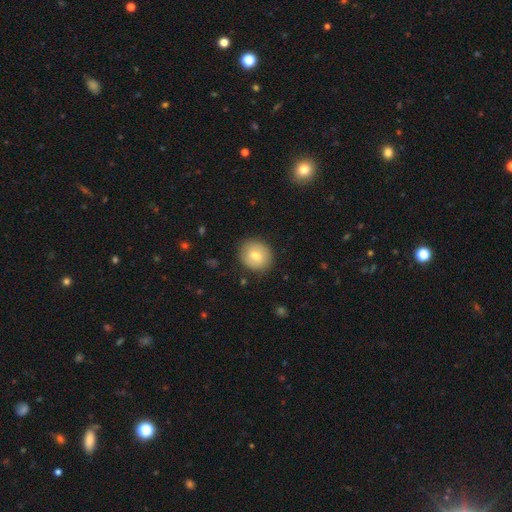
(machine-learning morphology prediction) smooth-or-featured: smooth: 71% | featured or disk: 21% | star or artifact: 8%
  how-rounded: round: 84% | in between: 15% | cigar-shaped: 1%
  merging: none: 86% | minor disturbance: 10% | major disturbance: 3% | merger: 1%